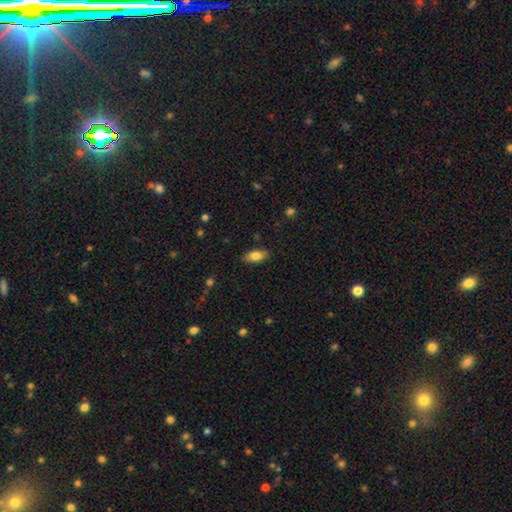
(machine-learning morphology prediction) A smooth galaxy with no disk features (81%) that is in between round and cigar-shaped (88%).

Vote fractions:
- Smooth or featured? smooth: 81% / featured or disk: 11% / star or artifact: 7%
- How rounded? in between: 88% / cigar-shaped: 9% / round: 3%
- Merging? none: 86% / minor disturbance: 10% / major disturbance: 2% / merger: 1%